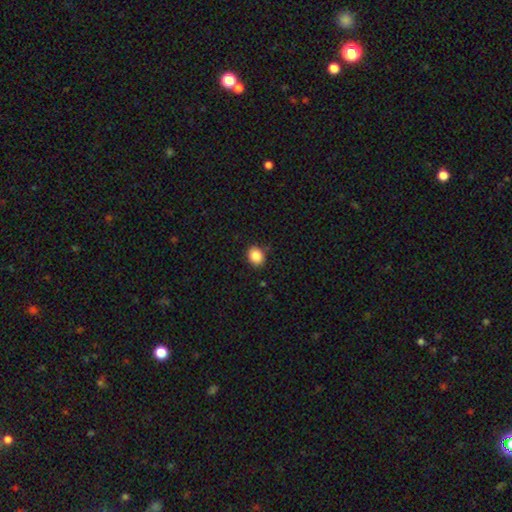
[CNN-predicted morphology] Smooth or featured? smooth (87%)
How rounded? round (56%)
Merging? none (86%)